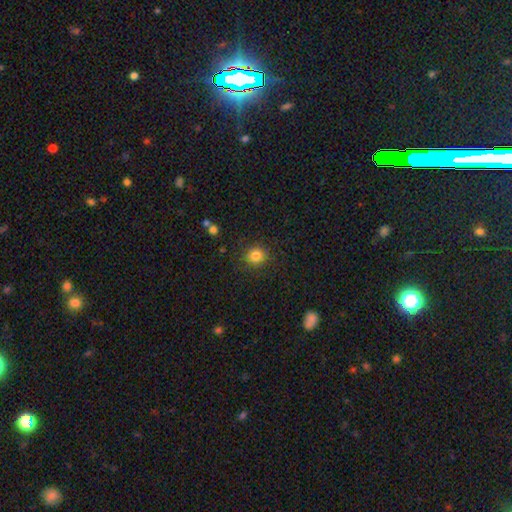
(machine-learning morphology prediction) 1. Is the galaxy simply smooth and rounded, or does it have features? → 84% smooth, 11% star or artifact, 5% featured or disk.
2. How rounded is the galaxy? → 86% round, 13% in between, 1% cigar-shaped.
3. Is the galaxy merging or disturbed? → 87% none, 9% minor disturbance, 3% major disturbance, 2% merger.